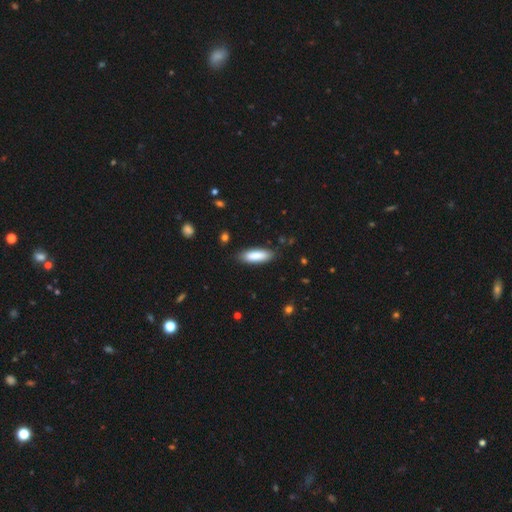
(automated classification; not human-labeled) Morphology: type=smooth (85%); roundness=in between (57%); merging=none (85%).